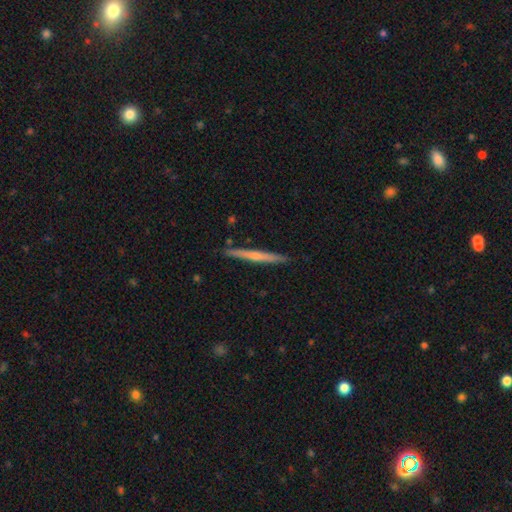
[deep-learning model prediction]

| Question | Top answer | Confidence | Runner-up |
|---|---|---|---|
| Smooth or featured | featured or disk | 54% | smooth (40%) |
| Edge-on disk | yes | 98% | no (2%) |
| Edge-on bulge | none | 50% | rounded (45%) |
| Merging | none | 91% | minor disturbance (7%) |